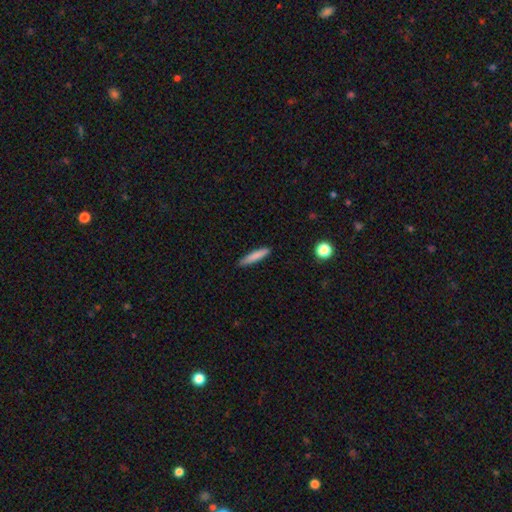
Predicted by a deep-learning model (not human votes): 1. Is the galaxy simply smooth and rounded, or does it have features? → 81% smooth, 12% featured or disk, 7% star or artifact.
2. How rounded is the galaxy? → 91% cigar-shaped, 8% in between, 1% round.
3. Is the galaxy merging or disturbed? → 87% none, 10% minor disturbance, 2% major disturbance, 1% merger.